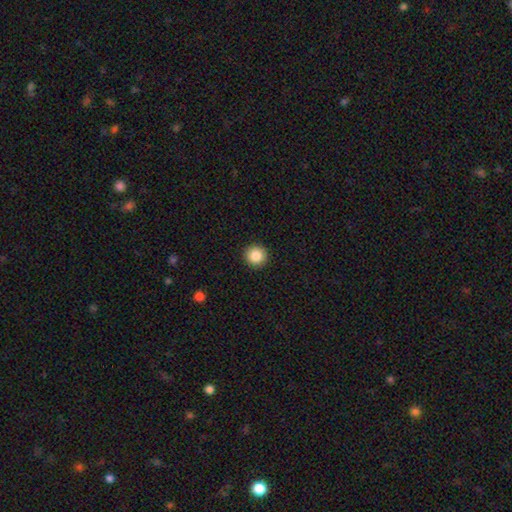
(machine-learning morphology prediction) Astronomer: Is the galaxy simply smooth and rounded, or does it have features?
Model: smooth — 87%.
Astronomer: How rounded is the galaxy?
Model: round — 96%.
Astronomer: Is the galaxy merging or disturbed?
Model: none — 93%.